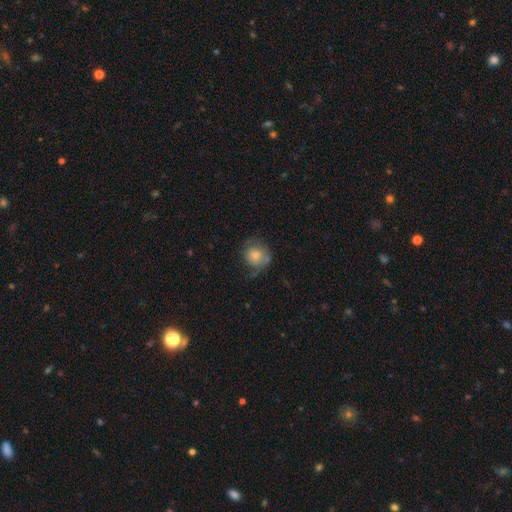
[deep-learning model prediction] Smooth or featured? Predicted: smooth (p=0.70). How rounded? Predicted: round (p=0.83). Merging? Predicted: none (p=0.52).